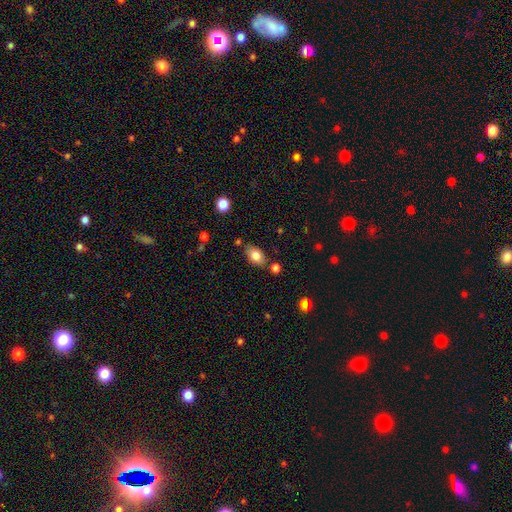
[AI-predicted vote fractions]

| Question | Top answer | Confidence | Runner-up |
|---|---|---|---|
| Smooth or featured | smooth | 80% | featured or disk (11%) |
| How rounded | in between | 88% | round (10%) |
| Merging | none | 77% | minor disturbance (13%) |